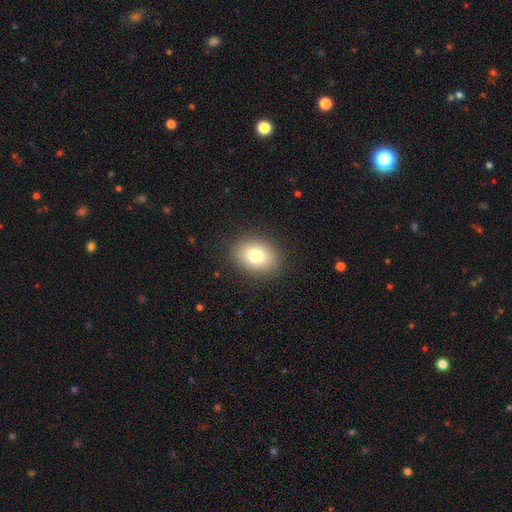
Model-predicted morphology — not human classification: Smooth or featured: smooth — 79% (star or artifact — 10%)
How rounded: in between — 62% (round — 37%)
Merging: none — 89% (minor disturbance — 8%)